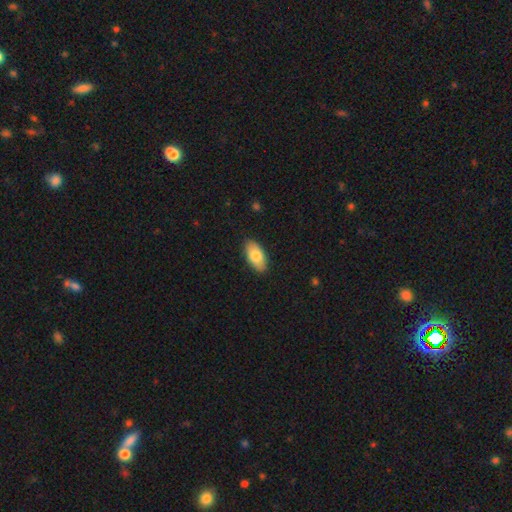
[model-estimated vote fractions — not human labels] Smooth or featured: smooth — 80% (featured or disk — 14%)
How rounded: in between — 93% (cigar-shaped — 5%)
Merging: none — 88% (minor disturbance — 9%)